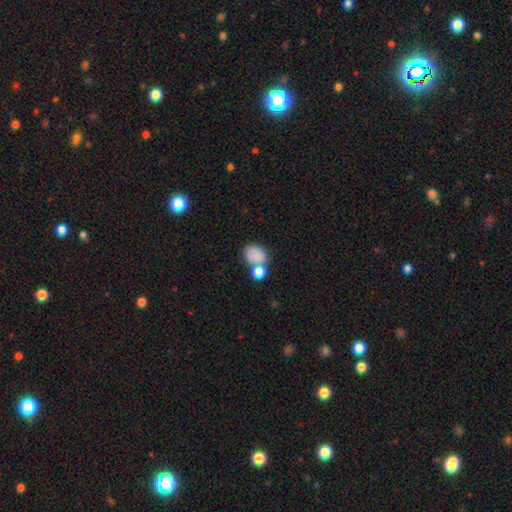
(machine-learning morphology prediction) A smooth galaxy with no disk features (82%) that is in between round and cigar-shaped (53%). Merging: none (44%).